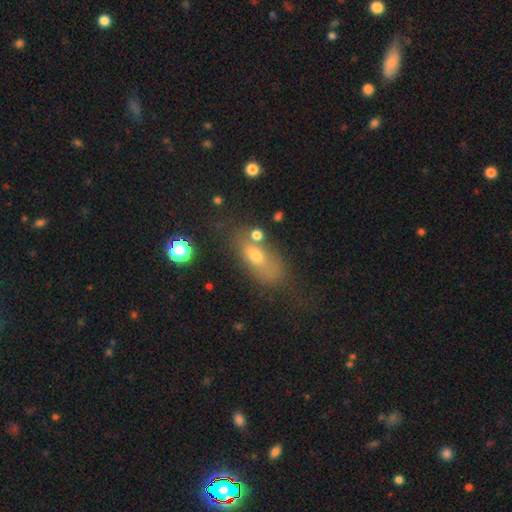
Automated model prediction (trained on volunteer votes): Morphology: type=smooth (64%); roundness=in between (78%); merging=none (49%).